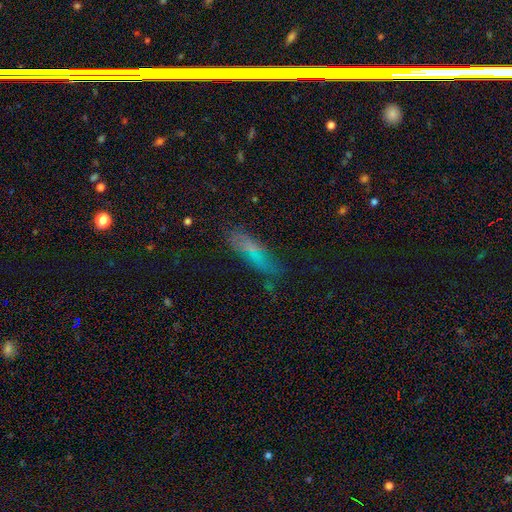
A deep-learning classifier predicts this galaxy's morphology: smooth 57%, featured or disk 28%, star or artifact 15%. Down the decision tree: how rounded — cigar-shaped (66%); merging — none (59%).